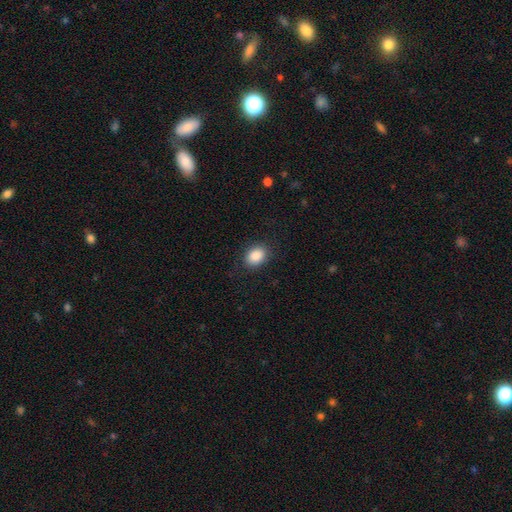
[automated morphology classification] This is clearly a smooth galaxy (88%). How rounded: likely in between (71%). Merging: clearly none (86%).